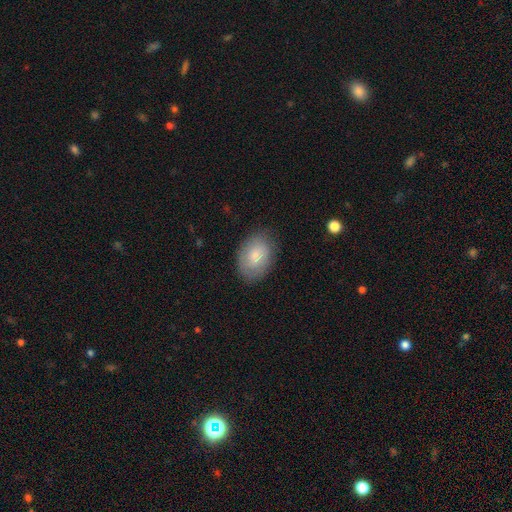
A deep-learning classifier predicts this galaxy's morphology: This is likely a smooth galaxy (77%). How rounded: likely in between (80%). Merging: likely none (80%).